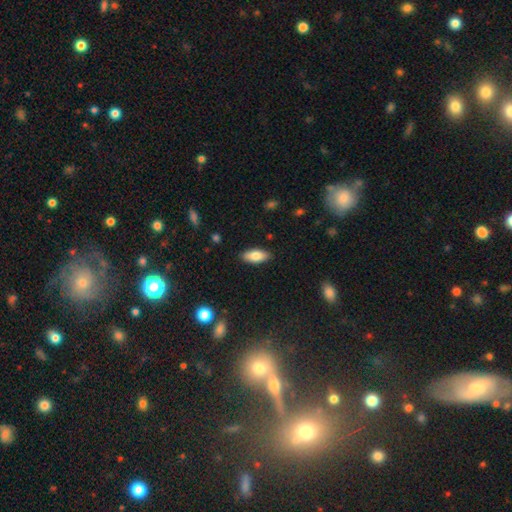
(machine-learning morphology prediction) smooth 80%, featured or disk 14%, star or artifact 7%. Down the decision tree: how rounded — in between (83%); merging — none (86%).